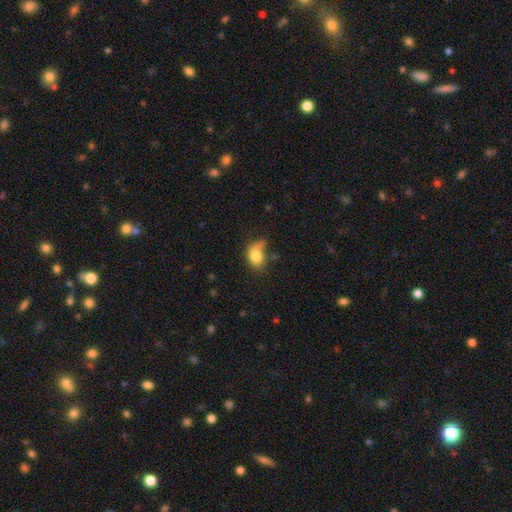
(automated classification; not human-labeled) A smooth galaxy with no disk features (79%) that is in between round and cigar-shaped (69%). Merging: none (36%).